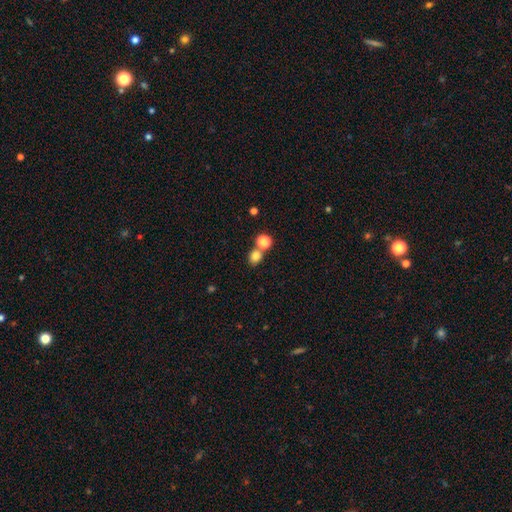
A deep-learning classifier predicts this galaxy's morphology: This appears to be a smooth galaxy with no disk features (80%) that is round (66%). Merging: none (59%).